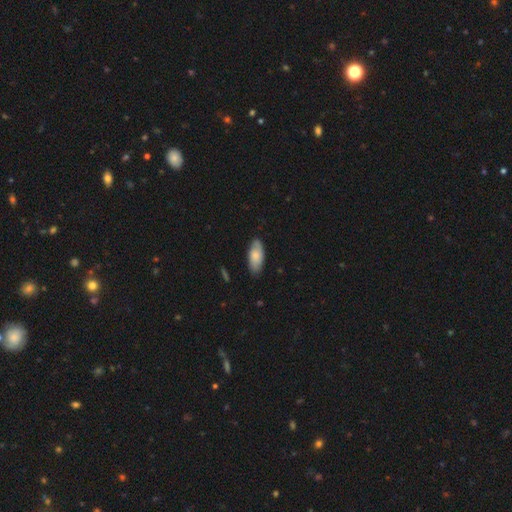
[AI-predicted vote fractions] A smooth galaxy with no disk features (70%) that is in between round and cigar-shaped (88%).

Vote fractions:
- Smooth or featured? smooth: 70% / featured or disk: 24% / star or artifact: 6%
- How rounded? in between: 88% / cigar-shaped: 10% / round: 2%
- Merging? none: 80% / minor disturbance: 16% / major disturbance: 2% / merger: 1%